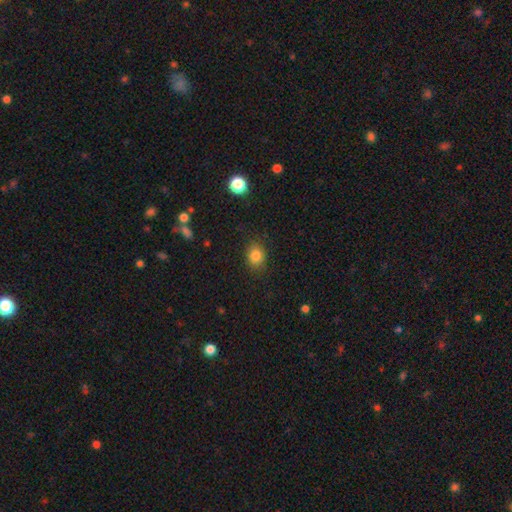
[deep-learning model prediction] Smooth or featured? smooth (83%)
How rounded? round (55%)
Merging? none (84%)